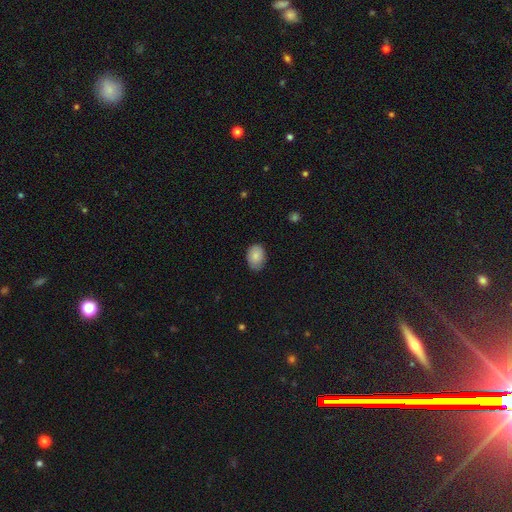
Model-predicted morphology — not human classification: Smooth or featured? smooth (84%)
How rounded? in between (77%)
Merging? none (79%)